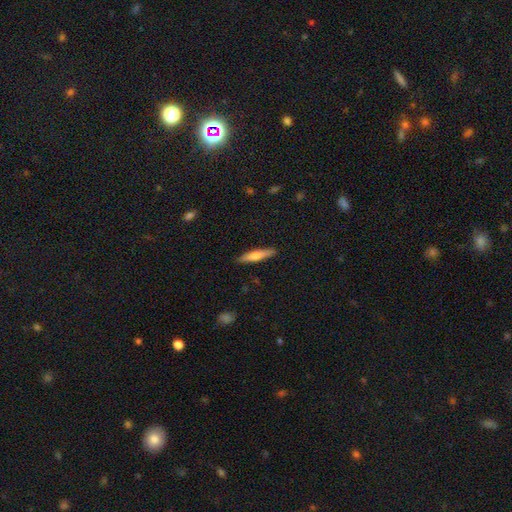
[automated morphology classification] smooth 66%, featured or disk 28%, star or artifact 6%. Down the decision tree: how rounded — cigar-shaped (87%); merging — none (88%).